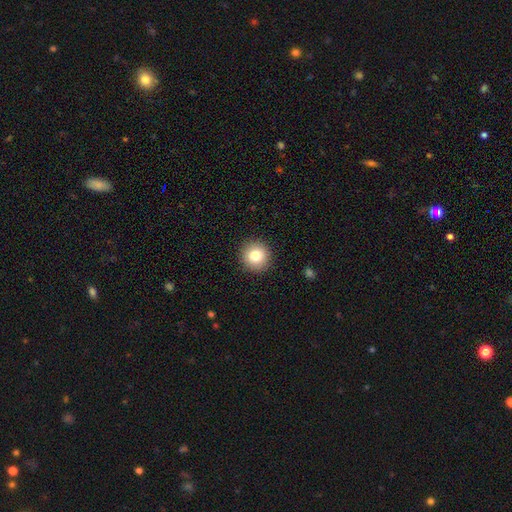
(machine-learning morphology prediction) This appears to be a smooth galaxy with no disk features (82%) that is round (94%). Merging: none (92%).